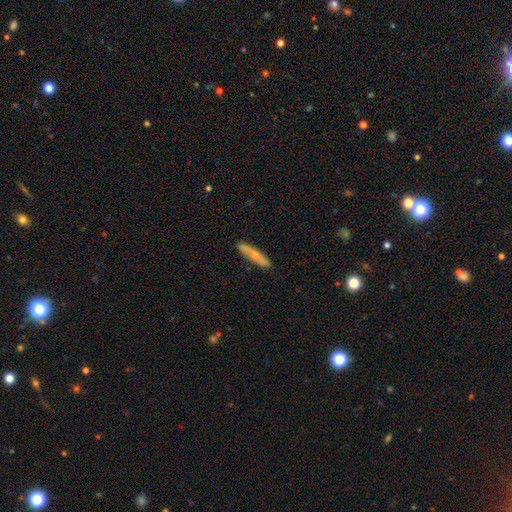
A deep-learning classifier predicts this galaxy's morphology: This is likely a smooth galaxy (61%). How rounded: clearly cigar-shaped (83%). Merging: clearly none (84%).